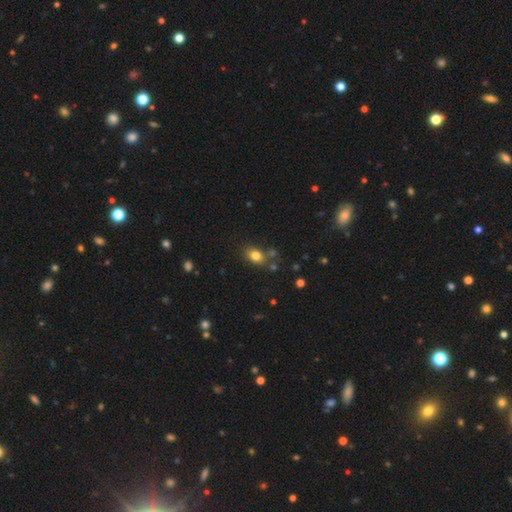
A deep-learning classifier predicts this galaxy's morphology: Q: Smooth or featured?
A: smooth (80%); runner-up: star or artifact (12%)
Q: How rounded?
A: in between (67%); runner-up: round (31%)
Q: Merging?
A: none (71%); runner-up: minor disturbance (15%)